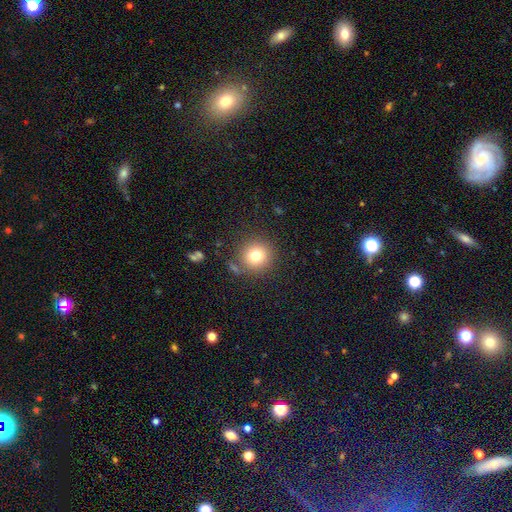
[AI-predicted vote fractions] This appears to be a smooth galaxy with no disk features (77%) that is round (93%). Merging: none (83%).